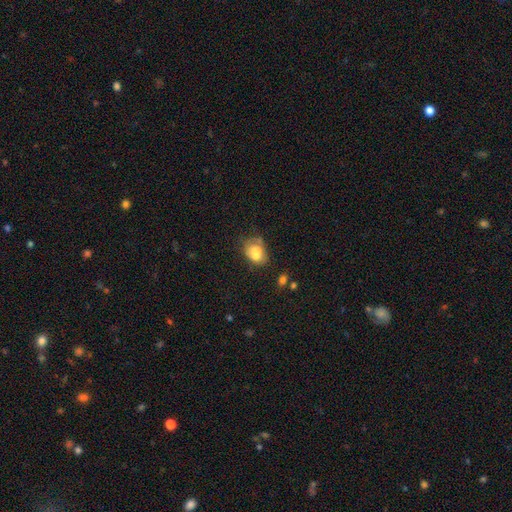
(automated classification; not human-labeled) This appears to be a smooth galaxy with no disk features (69%) that is in between round and cigar-shaped (72%). Merging: none (36%).